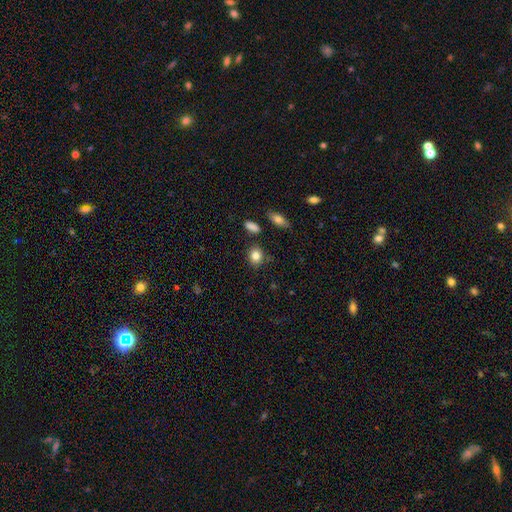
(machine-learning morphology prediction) Overall: smooth (84%). How rounded: round (61%; in between 37%). Merging: none (82%).